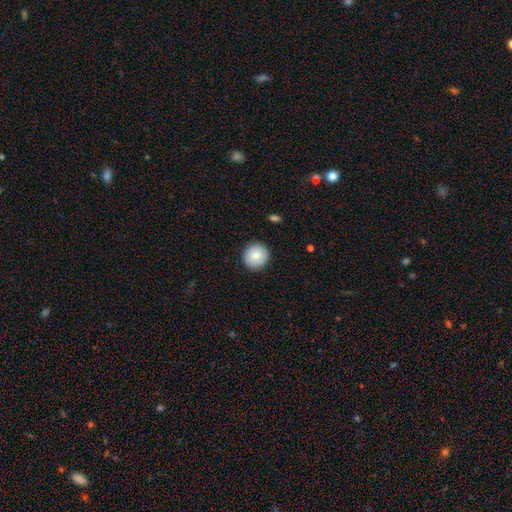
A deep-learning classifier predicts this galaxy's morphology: type=smooth (84%); roundness=round (94%); merging=none (92%).